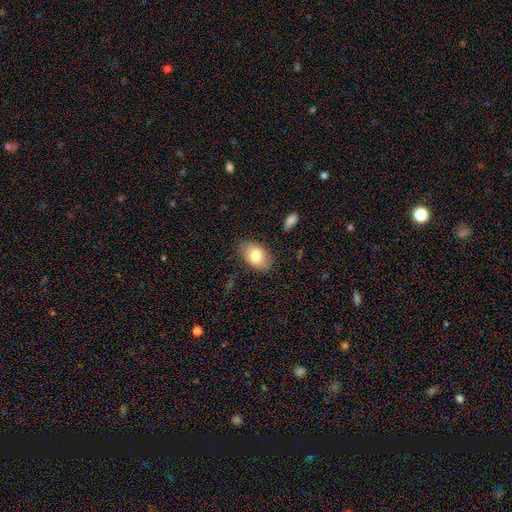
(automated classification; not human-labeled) A smooth galaxy with no disk features (79%) that is in between round and cigar-shaped (89%). Merging: none (83%).